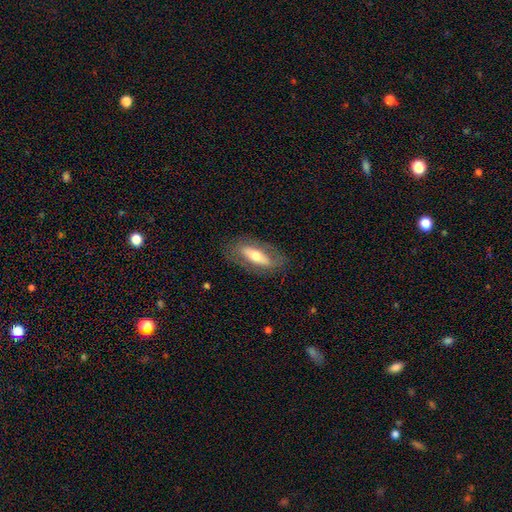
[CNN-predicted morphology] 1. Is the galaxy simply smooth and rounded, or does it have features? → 48% featured or disk, 46% smooth, 6% star or artifact.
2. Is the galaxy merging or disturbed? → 79% none, 14% minor disturbance, 6% major disturbance, 1% merger.